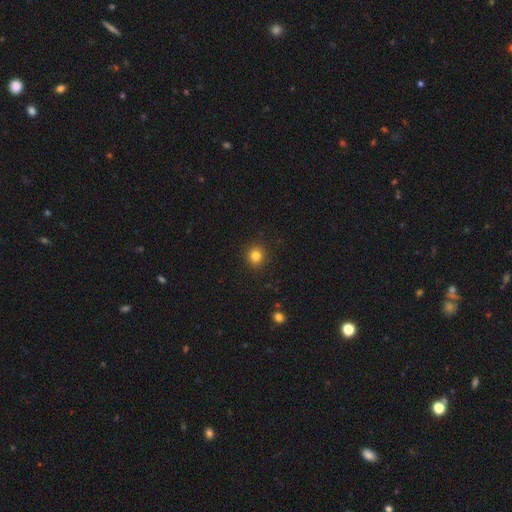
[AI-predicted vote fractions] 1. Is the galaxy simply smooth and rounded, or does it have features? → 82% smooth, 12% star or artifact, 6% featured or disk.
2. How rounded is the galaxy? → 89% round, 10% in between, 1% cigar-shaped.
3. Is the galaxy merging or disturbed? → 91% none, 6% minor disturbance, 2% major disturbance, 1% merger.